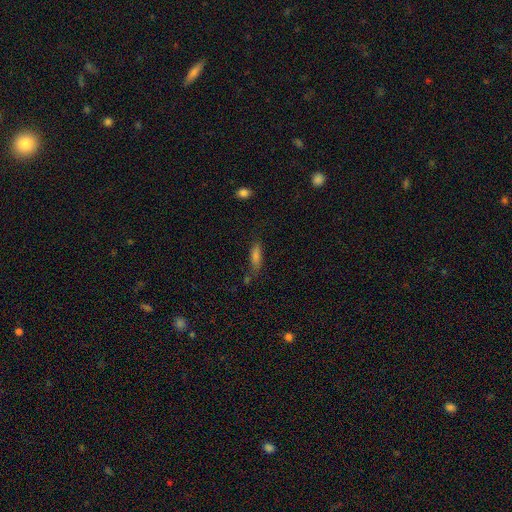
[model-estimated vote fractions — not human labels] smooth 70%, featured or disk 16%, star or artifact 14%. Down the decision tree: how rounded — cigar-shaped (53%); merging — none (66%).